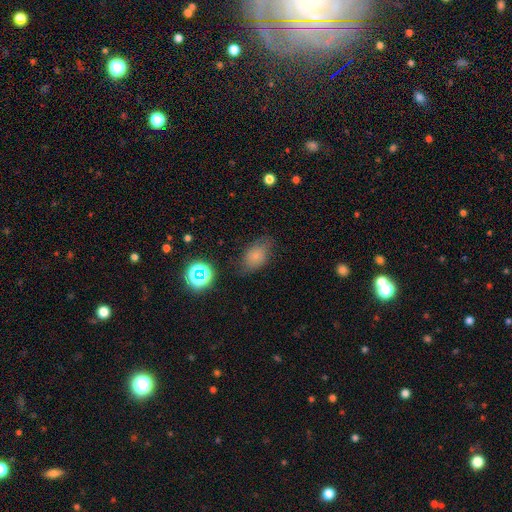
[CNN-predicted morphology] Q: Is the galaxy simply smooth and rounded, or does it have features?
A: smooth — 70%.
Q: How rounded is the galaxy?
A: in between — 80%.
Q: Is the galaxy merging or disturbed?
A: none — 68%.